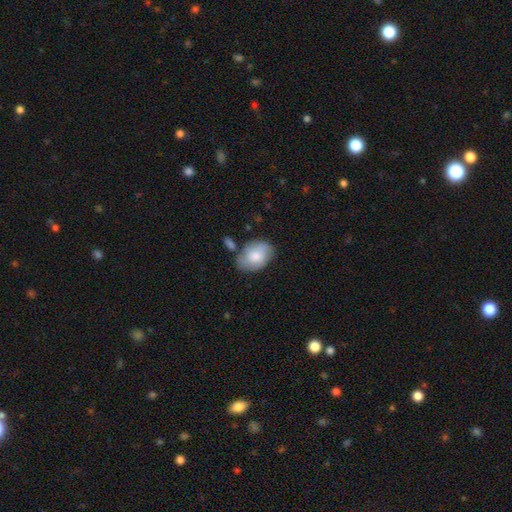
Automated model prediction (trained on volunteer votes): This is likely a smooth galaxy (71%). How rounded: clearly in between (83%). Merging: possibly none (60%).